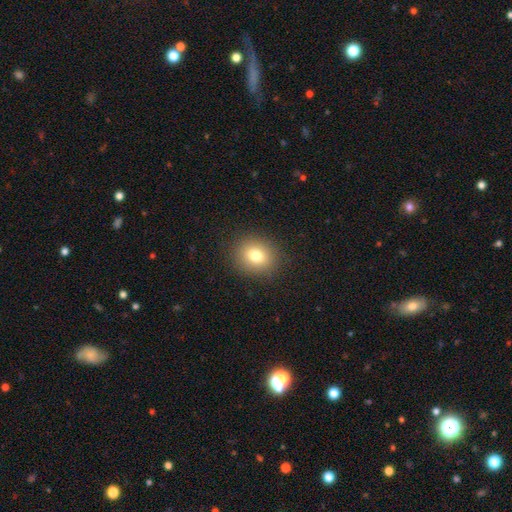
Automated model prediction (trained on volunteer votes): Overall: smooth (78%). How rounded: round (71%). Merging: none (89%).